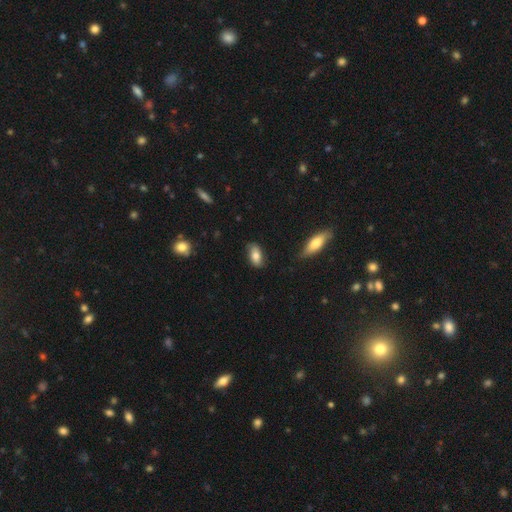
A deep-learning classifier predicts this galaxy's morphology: This is likely a smooth galaxy (79%). How rounded: clearly in between (89%). Merging: likely none (76%).